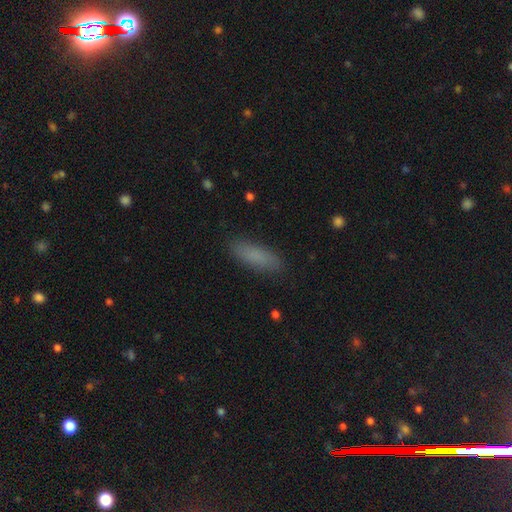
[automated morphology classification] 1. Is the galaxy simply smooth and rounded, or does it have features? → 84% smooth, 8% star or artifact, 8% featured or disk.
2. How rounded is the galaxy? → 55% in between, 43% cigar-shaped, 2% round.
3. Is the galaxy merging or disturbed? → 86% none, 10% minor disturbance, 2% major disturbance, 1% merger.